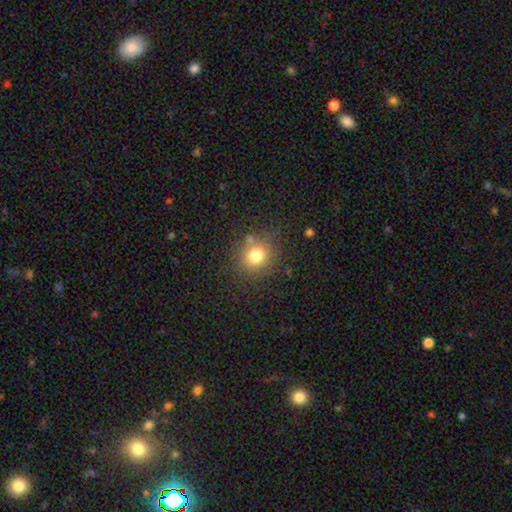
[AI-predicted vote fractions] Smooth or featured: smooth — 77% (star or artifact — 14%)
How rounded: round — 83% (in between — 16%)
Merging: none — 76% (minor disturbance — 12%)